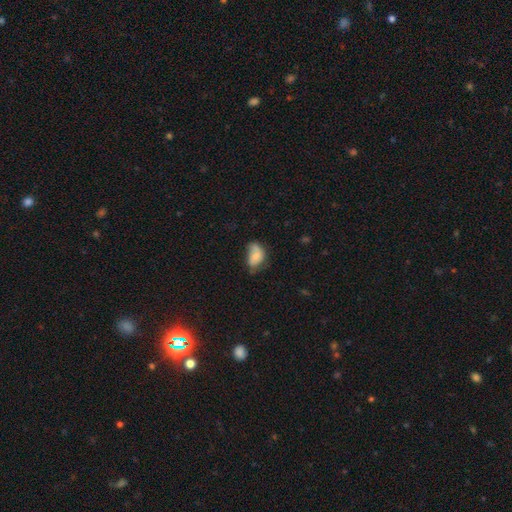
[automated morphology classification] A smooth galaxy with no disk features (66%) that is in between round and cigar-shaped (84%). Merging: minor disturbance (40%).